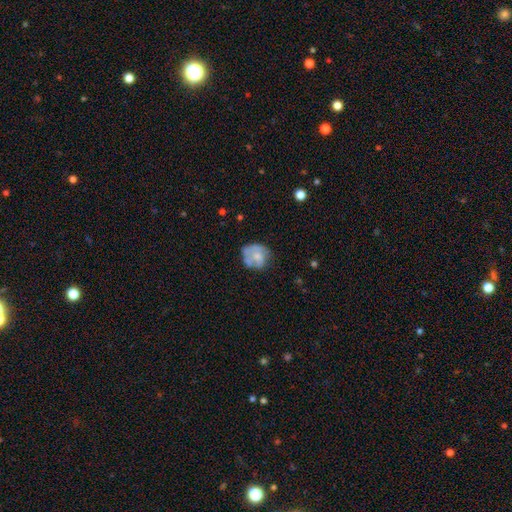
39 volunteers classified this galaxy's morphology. type=smooth (54%); roundness=round (67%); merging=none (46%).